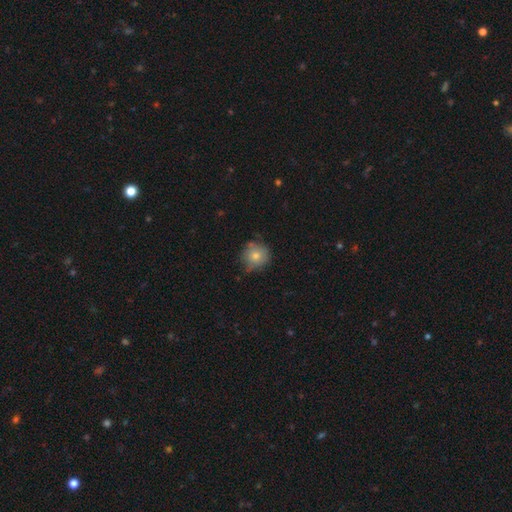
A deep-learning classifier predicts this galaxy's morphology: Smooth or featured?
  - smooth: 75% *
  - featured or disk: 15%
  - star or artifact: 10%
How rounded?
  - round: 91% *
  - in between: 8%
  - cigar-shaped: 1%
Merging?
  - none: 67% *
  - minor disturbance: 25%
  - major disturbance: 5%
  - merger: 3%